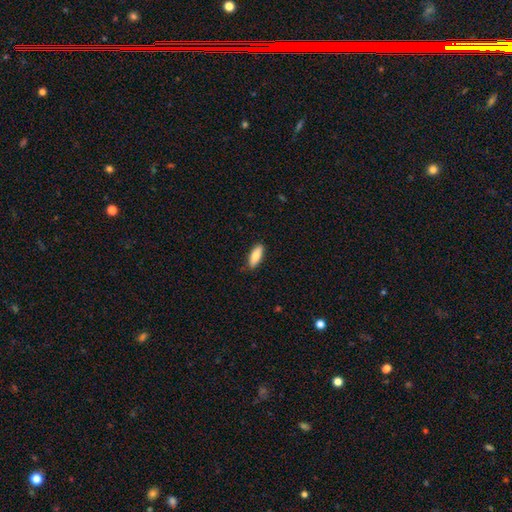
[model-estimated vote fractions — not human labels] This appears to be a smooth galaxy with no disk features (81%) that is in between round and cigar-shaped (72%). Merging: none (86%).